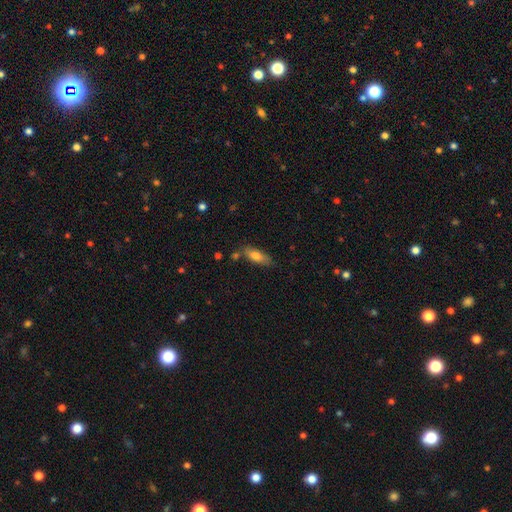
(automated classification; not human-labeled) smooth-or-featured: smooth: 71% | featured or disk: 22% | star or artifact: 7%
  how-rounded: in between: 63% | cigar-shaped: 34% | round: 3%
  merging: none: 69% | minor disturbance: 20% | merger: 7% | major disturbance: 4%